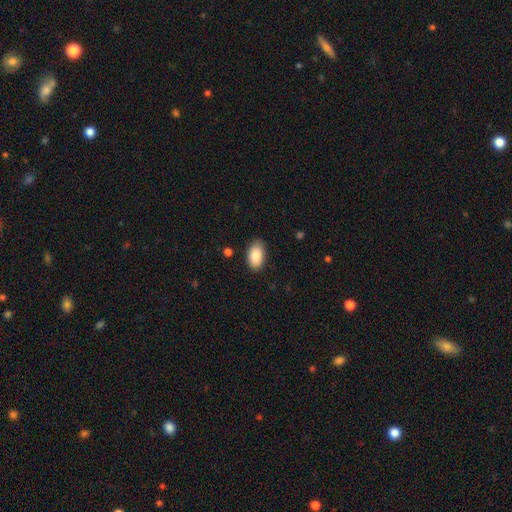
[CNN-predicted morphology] The model was most divided on "merging": none: 83%, minor disturbance: 13%, major disturbance: 3%, merger: 1%. More confident: how rounded — in between (94%); smooth or featured — smooth (89%).